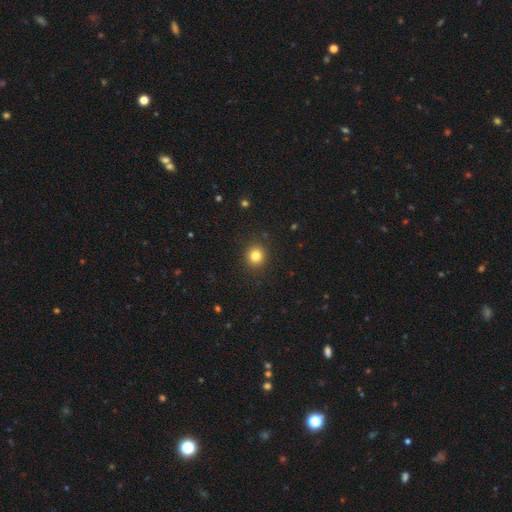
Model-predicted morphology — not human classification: type=smooth (82%); roundness=round (88%); merging=none (91%).